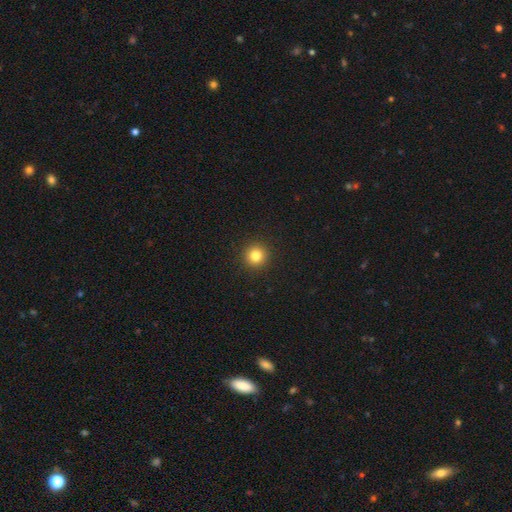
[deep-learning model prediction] A smooth galaxy with no disk features (82%) that is round (95%). Merging: none (93%).